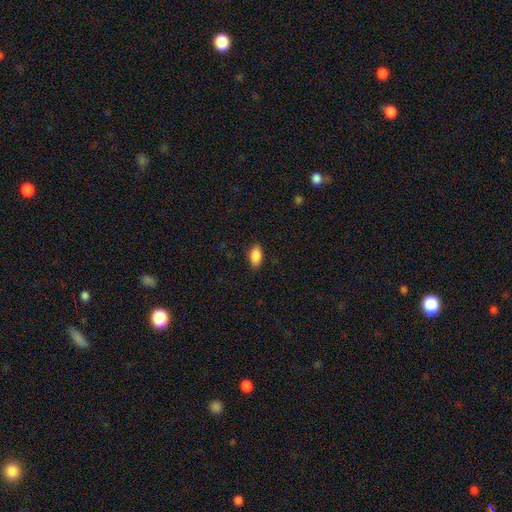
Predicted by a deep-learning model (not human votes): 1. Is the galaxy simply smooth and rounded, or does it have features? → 88% smooth, 7% star or artifact, 5% featured or disk.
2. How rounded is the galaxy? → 91% in between, 5% cigar-shaped, 4% round.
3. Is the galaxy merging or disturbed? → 86% none, 11% minor disturbance, 2% major disturbance, 1% merger.